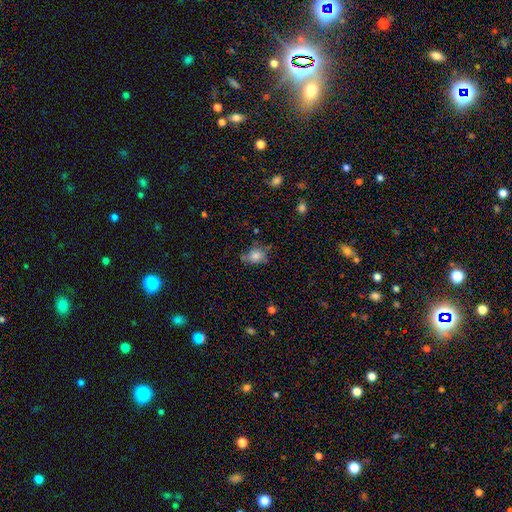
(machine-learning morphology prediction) Smooth or featured?
  - smooth: 79% *
  - star or artifact: 10%
  - featured or disk: 10%
How rounded?
  - in between: 58% *
  - round: 40%
  - cigar-shaped: 2%
Merging?
  - none: 58% *
  - minor disturbance: 26%
  - major disturbance: 8%
  - merger: 8%